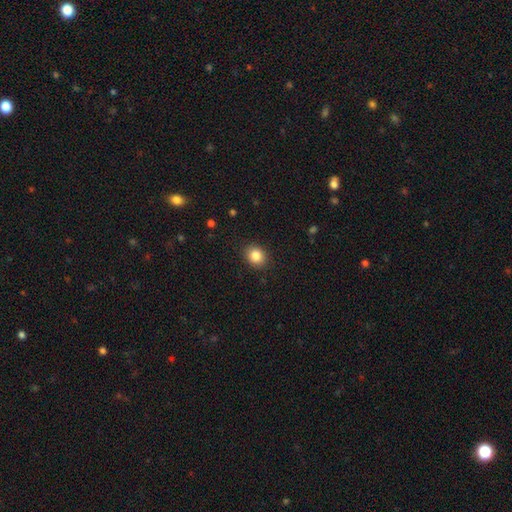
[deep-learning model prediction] A smooth galaxy with no disk features (85%) that is round (65%).

Vote fractions:
- Smooth or featured? smooth: 85% / star or artifact: 10% / featured or disk: 5%
- How rounded? round: 65% / in between: 34% / cigar-shaped: 1%
- Merging? none: 89% / minor disturbance: 8% / major disturbance: 2% / merger: 1%